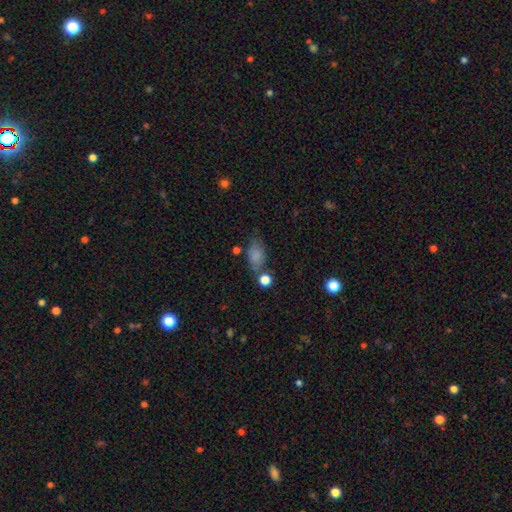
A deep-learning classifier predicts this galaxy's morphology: Q: Smooth or featured?
A: smooth (79%); runner-up: star or artifact (11%)
Q: How rounded?
A: in between (85%); runner-up: round (9%)
Q: Merging?
A: none (56%); runner-up: minor disturbance (23%)